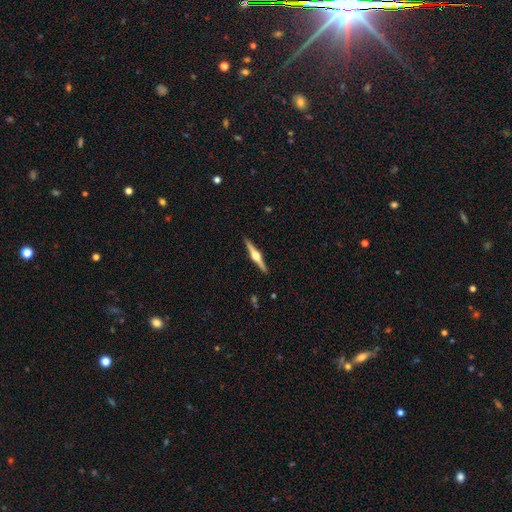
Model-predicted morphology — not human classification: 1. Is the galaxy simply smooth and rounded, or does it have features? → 79% featured or disk, 16% smooth, 5% star or artifact.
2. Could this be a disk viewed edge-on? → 98% yes, 2% no.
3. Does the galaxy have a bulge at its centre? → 95% rounded, 3% boxy, 2% none.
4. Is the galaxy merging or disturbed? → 92% none, 6% minor disturbance, 1% major disturbance, 1% merger.